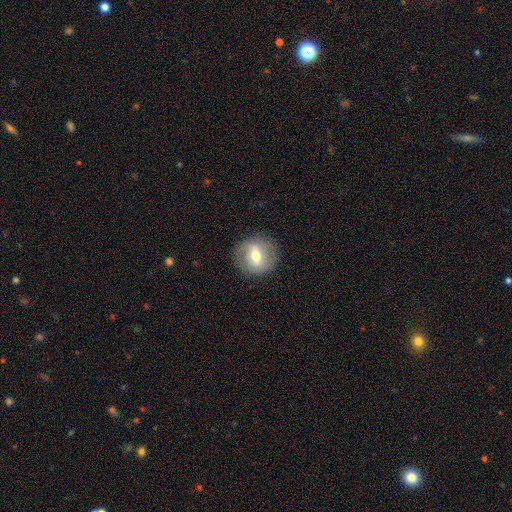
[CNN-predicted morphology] Smooth or featured? featured or disk (50%)
Merging? none (84%)